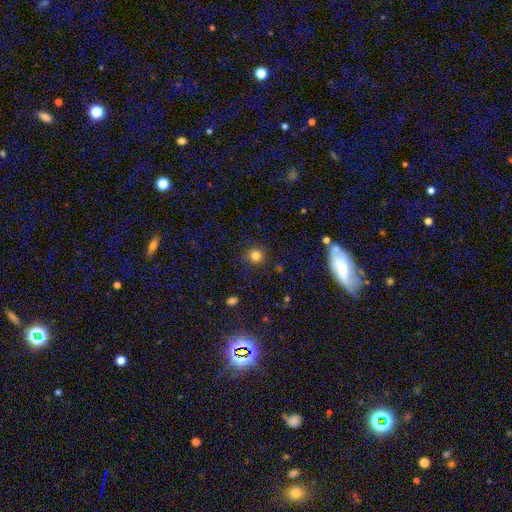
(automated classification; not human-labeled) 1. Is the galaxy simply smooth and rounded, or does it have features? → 80% smooth, 14% star or artifact, 6% featured or disk.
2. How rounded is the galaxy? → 90% round, 9% in between, 1% cigar-shaped.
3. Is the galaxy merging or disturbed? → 84% none, 11% minor disturbance, 4% major disturbance, 2% merger.